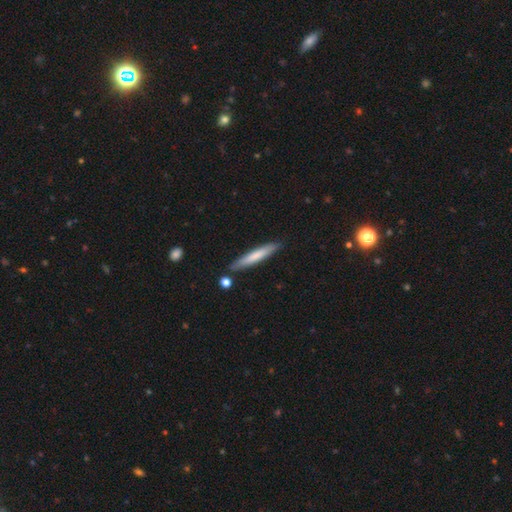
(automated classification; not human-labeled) This appears to be a smooth galaxy with no disk features (70%) that is cigar-shaped (93%). Merging: none (85%).